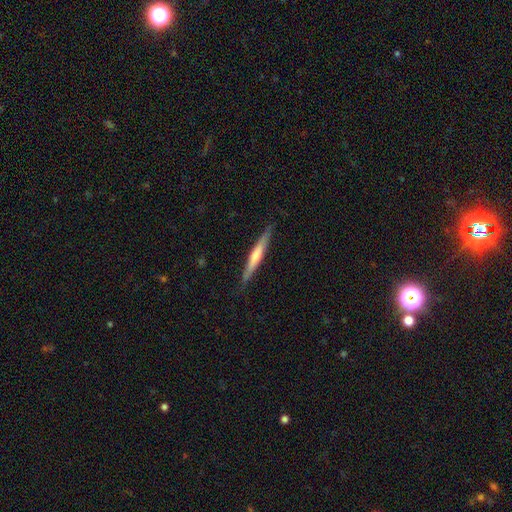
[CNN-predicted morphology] Q: Smooth or featured?
A: featured or disk (56%); runner-up: smooth (39%)
Q: Edge-on disk?
A: yes (96%); runner-up: no (4%)
Q: Edge-on bulge?
A: rounded (58%); runner-up: none (31%)
Q: Merging?
A: none (88%); runner-up: minor disturbance (10%)